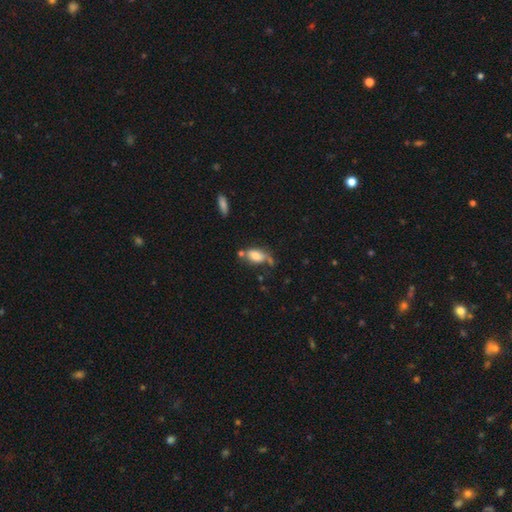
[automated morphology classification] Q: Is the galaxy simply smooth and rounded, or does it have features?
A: smooth — 75%.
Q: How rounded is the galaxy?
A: in between — 88%.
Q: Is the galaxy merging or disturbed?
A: none — 44%.